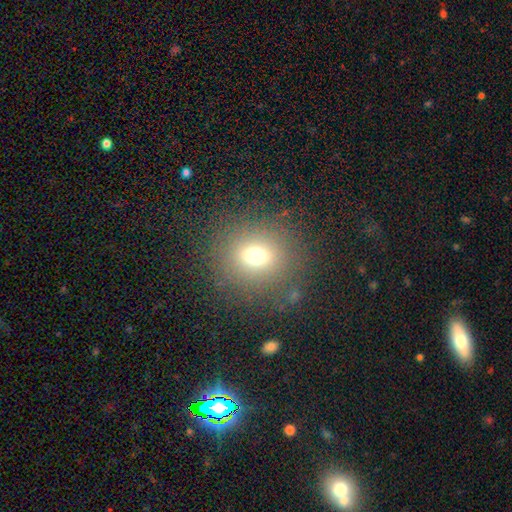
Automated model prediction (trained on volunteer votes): This is likely a smooth galaxy (69%). How rounded: likely round (72%). Merging: clearly none (82%).